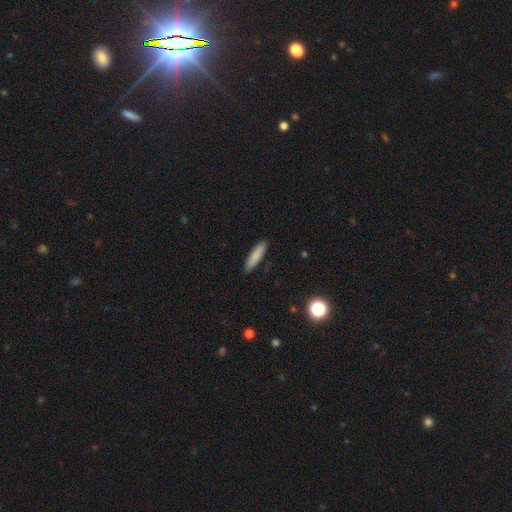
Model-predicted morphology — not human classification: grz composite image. It shows a smooth galaxy with no disk features (85%) that is cigar-shaped (75%). Merging: none (89%).